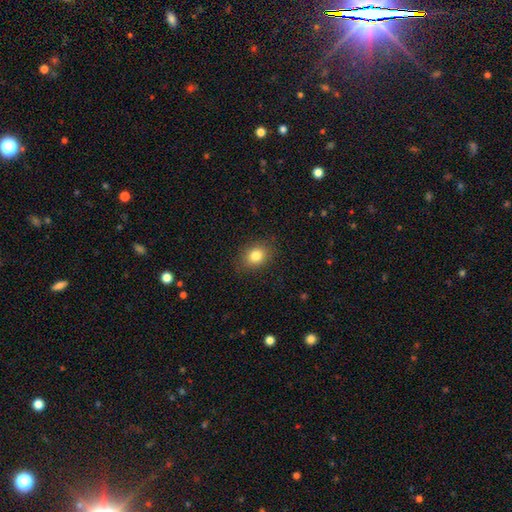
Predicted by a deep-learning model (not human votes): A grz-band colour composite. It shows a smooth galaxy with no disk features (82%) that is in between round and cigar-shaped (52%). Merging: none (86%).